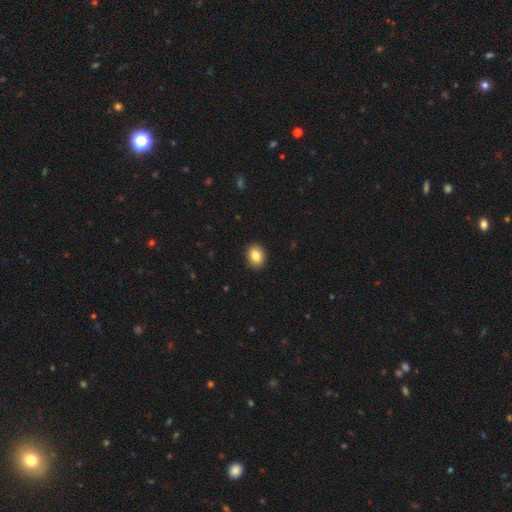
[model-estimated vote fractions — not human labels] A smooth galaxy with no disk features (84%) that is in between round and cigar-shaped (61%). Merging: none (91%).